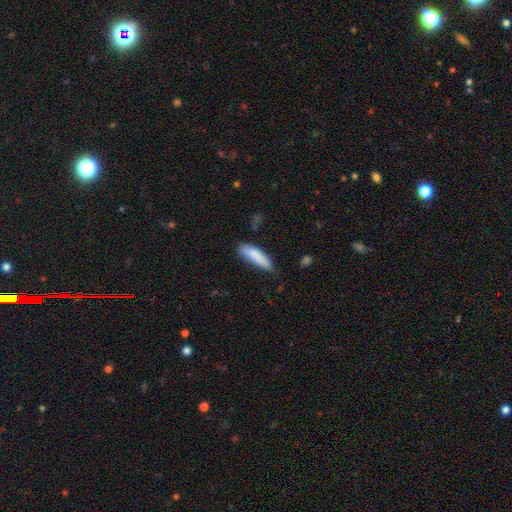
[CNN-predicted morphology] smooth-or-featured: smooth: 84% | featured or disk: 11% | star or artifact: 6%
  how-rounded: cigar-shaped: 57% | in between: 42% | round: 2%
  merging: none: 64% | minor disturbance: 27% | major disturbance: 6% | merger: 3%